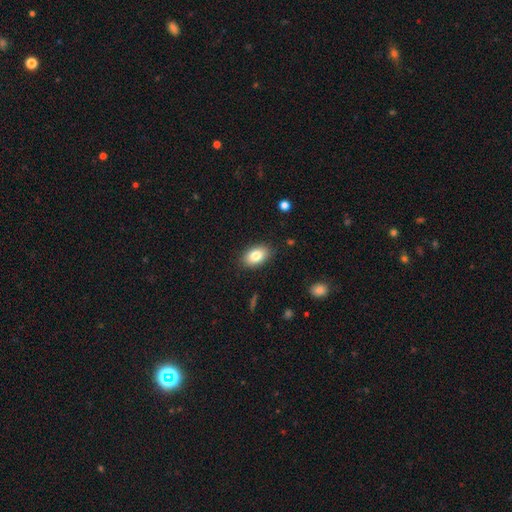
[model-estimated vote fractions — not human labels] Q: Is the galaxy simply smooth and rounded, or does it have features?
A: smooth — 83%.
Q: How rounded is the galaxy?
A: in between — 90%.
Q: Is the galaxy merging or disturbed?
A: none — 87%.